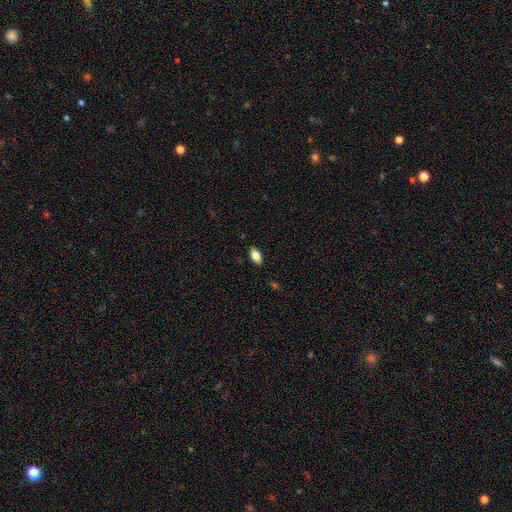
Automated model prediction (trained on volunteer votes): Q: Smooth or featured?
A: smooth (78%); runner-up: featured or disk (15%)
Q: How rounded?
A: in between (89%); runner-up: cigar-shaped (8%)
Q: Merging?
A: none (88%); runner-up: minor disturbance (9%)